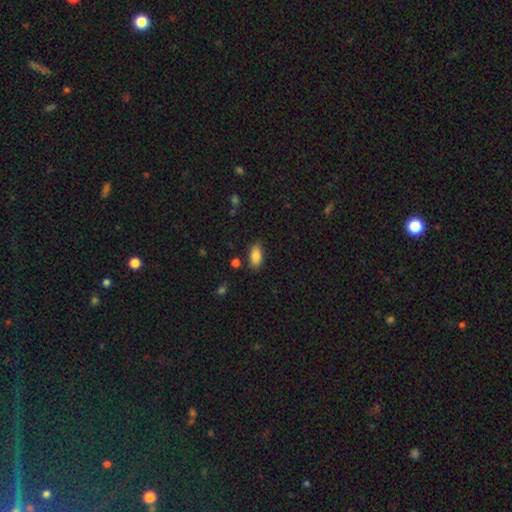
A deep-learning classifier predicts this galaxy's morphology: A smooth galaxy with no disk features (87%) that is in between round and cigar-shaped (91%). Merging: none (83%).